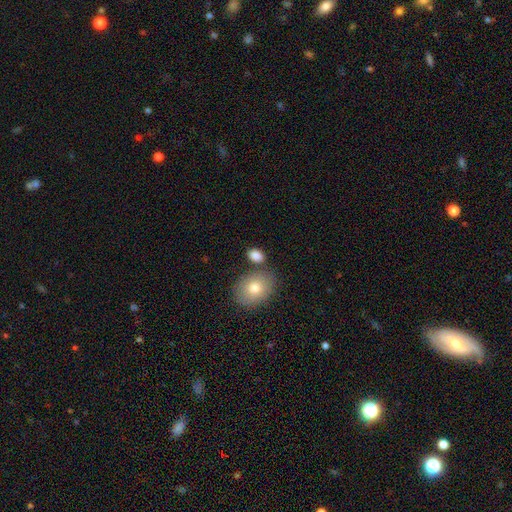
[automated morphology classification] The model was most divided on "merging": none: 68%, merger: 15%, minor disturbance: 13%, major disturbance: 4%. More confident: smooth or featured — smooth (84%); how rounded — in between (78%).